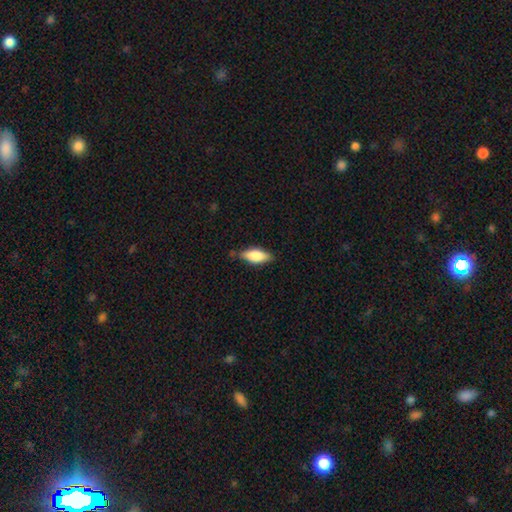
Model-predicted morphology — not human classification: smooth 77%, featured or disk 16%, star or artifact 6%. Down the decision tree: how rounded — in between (78%); merging — none (75%).